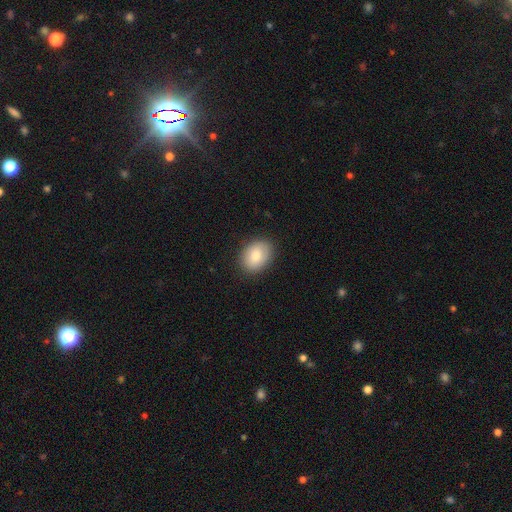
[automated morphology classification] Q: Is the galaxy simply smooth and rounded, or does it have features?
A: smooth — 80%.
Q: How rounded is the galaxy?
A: in between — 67%.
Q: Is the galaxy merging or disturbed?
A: none — 87%.